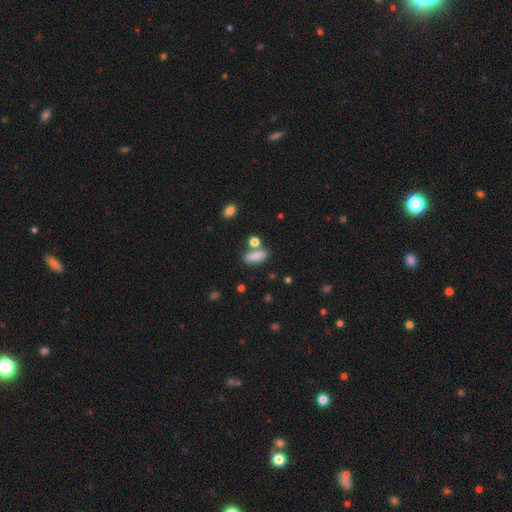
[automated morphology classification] This appears to be a smooth galaxy with no disk features (85%) that is in between round and cigar-shaped (75%). Merging: none (66%).